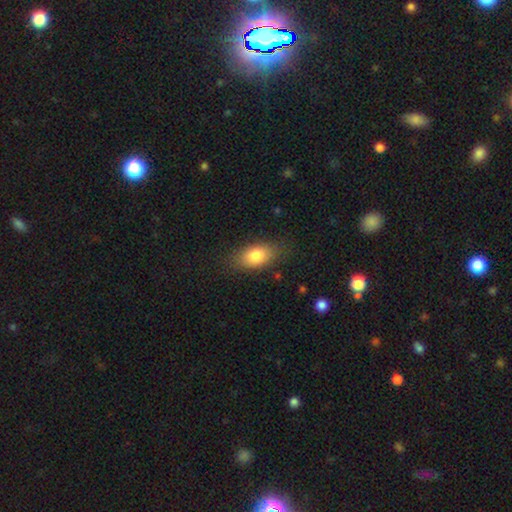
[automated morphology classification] Smooth or featured?
  - smooth: 82% *
  - featured or disk: 11%
  - star or artifact: 7%
How rounded?
  - in between: 88% *
  - round: 9%
  - cigar-shaped: 4%
Merging?
  - none: 79% *
  - minor disturbance: 15%
  - major disturbance: 5%
  - merger: 1%